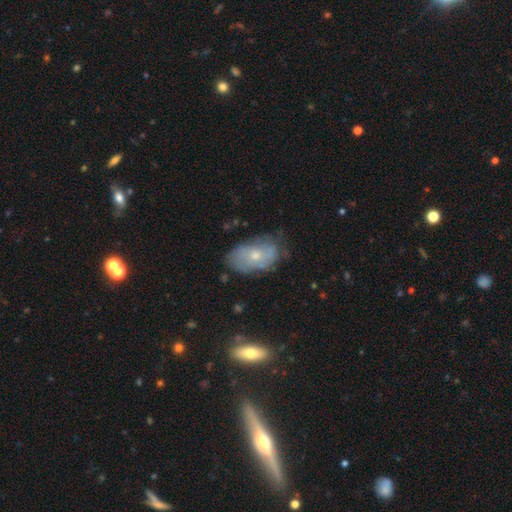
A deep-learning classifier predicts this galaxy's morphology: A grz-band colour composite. It shows a featured or disk galaxy (51%). Merging: none (63%).